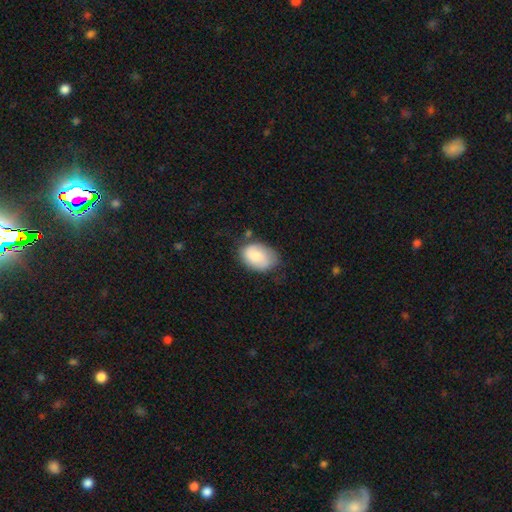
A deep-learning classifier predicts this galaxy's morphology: Q: Smooth or featured?
A: smooth (70%); runner-up: featured or disk (23%)
Q: How rounded?
A: in between (84%); runner-up: round (15%)
Q: Merging?
A: none (61%); runner-up: minor disturbance (29%)